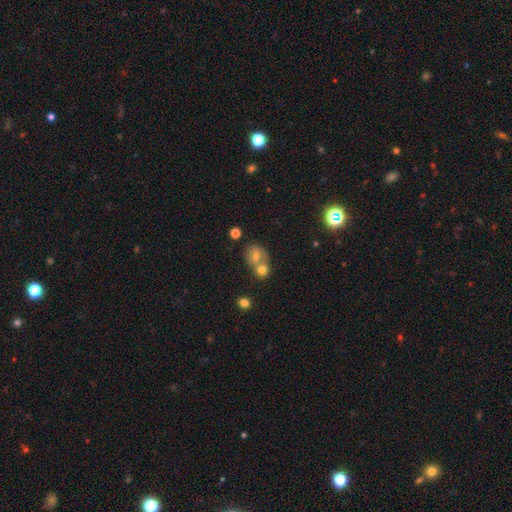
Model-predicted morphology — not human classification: Smooth or featured? smooth (66%)
How rounded? round (66%)
Merging? merger (57%)